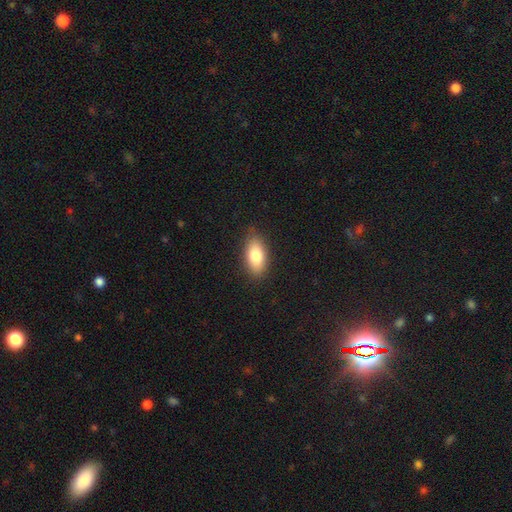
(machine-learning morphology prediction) type=smooth (81%); roundness=in between (88%); merging=none (85%).